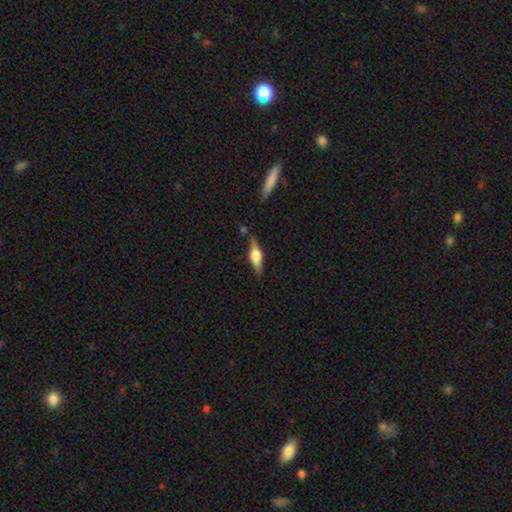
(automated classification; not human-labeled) Smooth or featured: featured or disk — 69% (smooth — 24%)
Edge-on disk: yes — 96% (no — 4%)
Edge-on bulge: rounded — 89% (boxy — 10%)
Merging: none — 82% (minor disturbance — 12%)